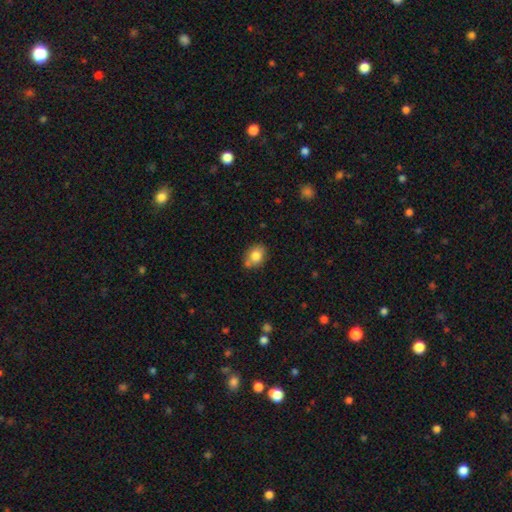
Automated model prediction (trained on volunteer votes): A smooth galaxy with no disk features (81%) that is in between round and cigar-shaped (59%).

Vote fractions:
- Smooth or featured? smooth: 81% / featured or disk: 10% / star or artifact: 9%
- How rounded? in between: 59% / round: 40% / cigar-shaped: 1%
- Merging? none: 69% / minor disturbance: 18% / merger: 10% / major disturbance: 3%